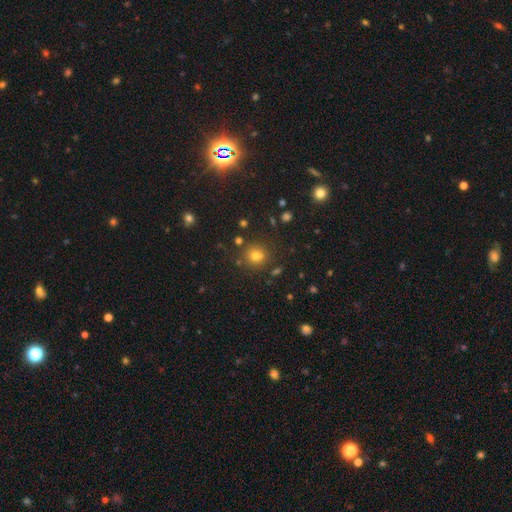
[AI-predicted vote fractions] This appears to be a smooth galaxy with no disk features (71%) that is round (85%). Merging: none (77%).